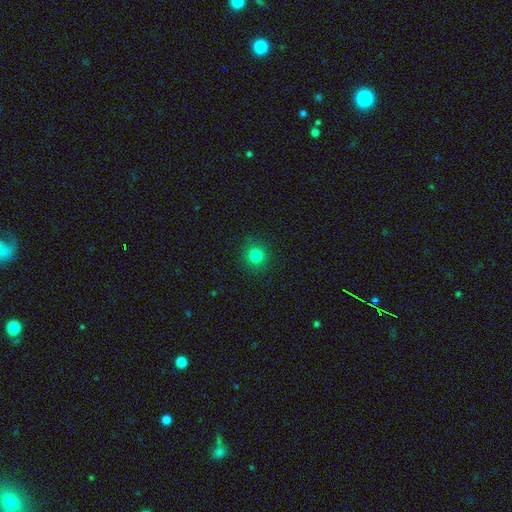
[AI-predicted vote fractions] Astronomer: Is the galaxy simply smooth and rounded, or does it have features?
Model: smooth — 81%.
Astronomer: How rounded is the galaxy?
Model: round — 93%.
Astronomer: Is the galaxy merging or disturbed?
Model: none — 90%.